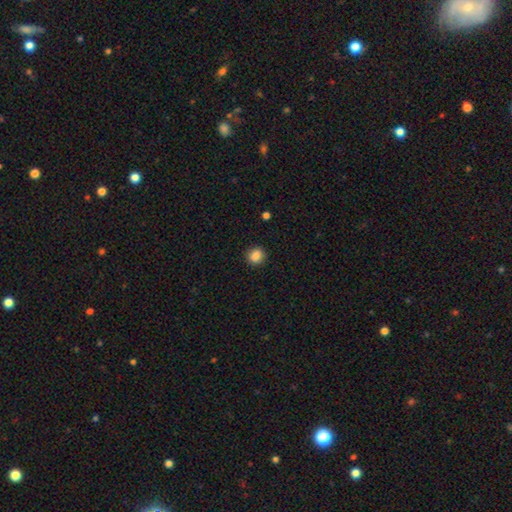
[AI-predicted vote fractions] Smooth or featured? Predicted: smooth (p=0.86). How rounded? Predicted: round (p=0.82). Merging? Predicted: none (p=0.90).